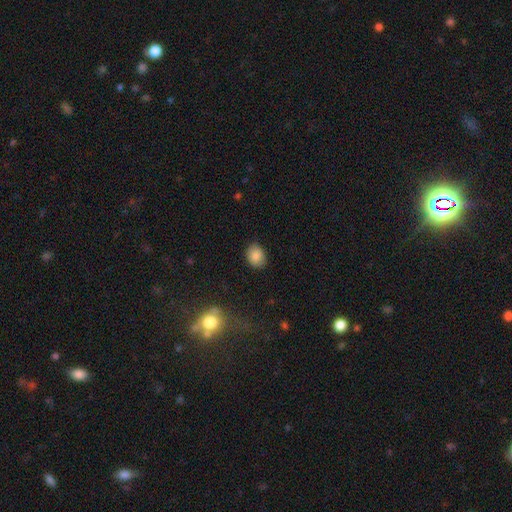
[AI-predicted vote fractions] A smooth galaxy with no disk features (85%) that is in between round and cigar-shaped (58%). Merging: none (86%).